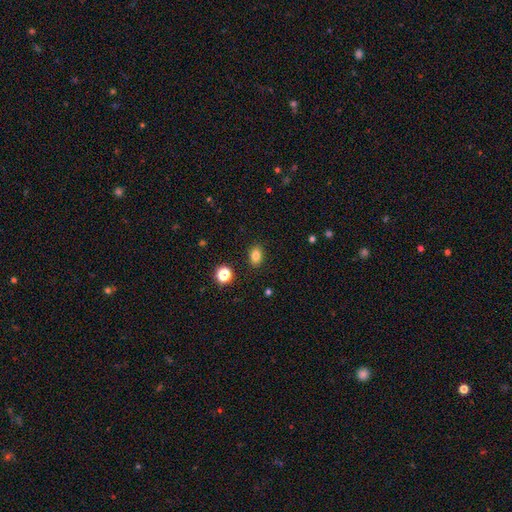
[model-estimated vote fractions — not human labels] Smooth or featured?
  - smooth: 82% *
  - star or artifact: 12%
  - featured or disk: 6%
How rounded?
  - in between: 72% *
  - round: 26%
  - cigar-shaped: 1%
Merging?
  - none: 88% *
  - minor disturbance: 8%
  - major disturbance: 2%
  - merger: 2%